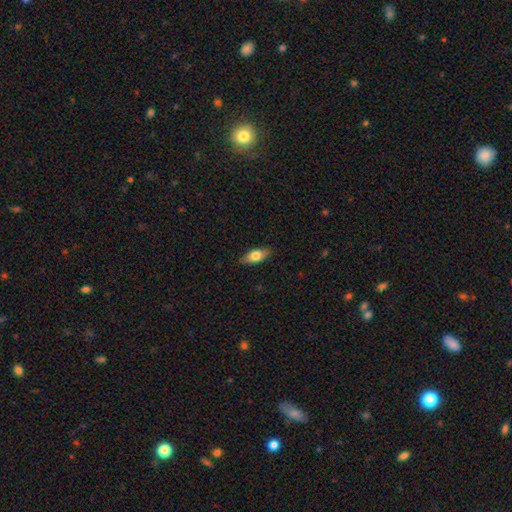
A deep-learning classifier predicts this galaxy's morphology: Smooth or featured?
  - smooth: 72% *
  - featured or disk: 22%
  - star or artifact: 6%
How rounded?
  - in between: 81% *
  - cigar-shaped: 16%
  - round: 3%
Merging?
  - none: 86% *
  - minor disturbance: 11%
  - major disturbance: 2%
  - merger: 1%